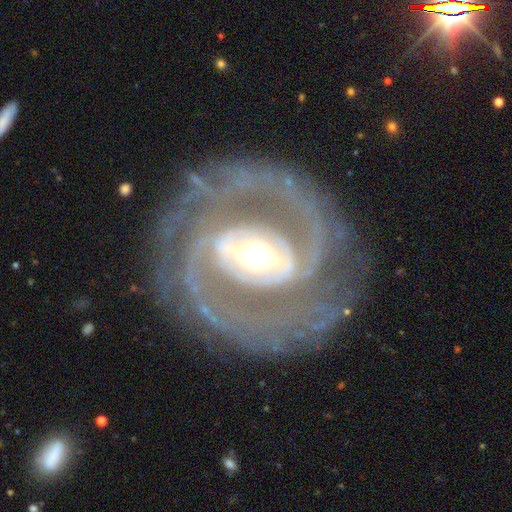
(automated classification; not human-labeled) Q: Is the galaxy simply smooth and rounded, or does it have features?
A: featured or disk — 89%.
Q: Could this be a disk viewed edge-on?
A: no — 95%.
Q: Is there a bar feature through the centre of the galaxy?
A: strong — 59%.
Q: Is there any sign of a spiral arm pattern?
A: yes — 89%.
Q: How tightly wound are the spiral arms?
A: tight — 43%.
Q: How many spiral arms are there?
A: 2 — 69%.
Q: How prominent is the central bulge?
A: moderate — 58%.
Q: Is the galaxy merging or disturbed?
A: none — 73%.